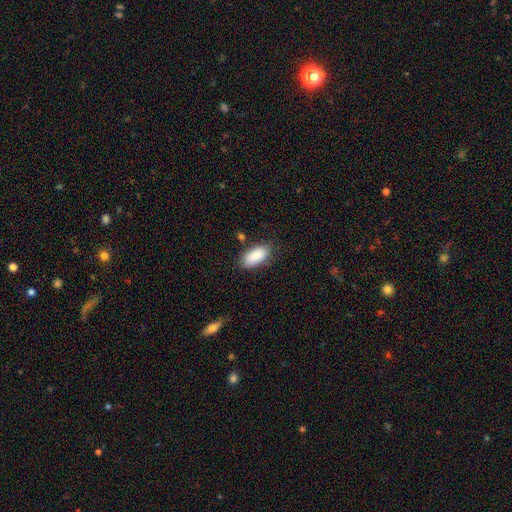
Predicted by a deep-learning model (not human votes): Smooth or featured? Predicted: smooth (p=0.88). How rounded? Predicted: in between (p=0.90). Merging? Predicted: none (p=0.75).